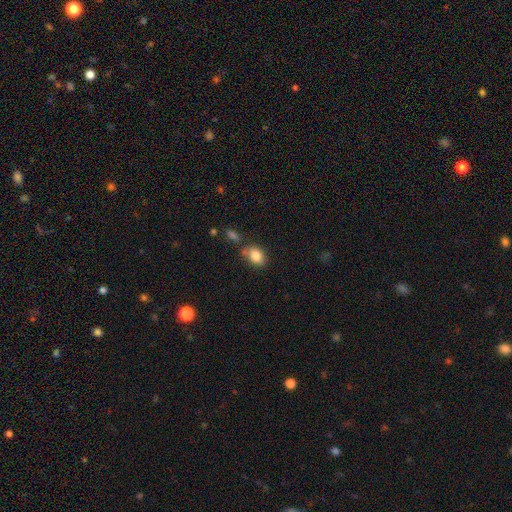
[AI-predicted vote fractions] Q: Smooth or featured?
A: smooth (84%); runner-up: star or artifact (8%)
Q: How rounded?
A: in between (77%); runner-up: round (21%)
Q: Merging?
A: none (65%); runner-up: minor disturbance (19%)